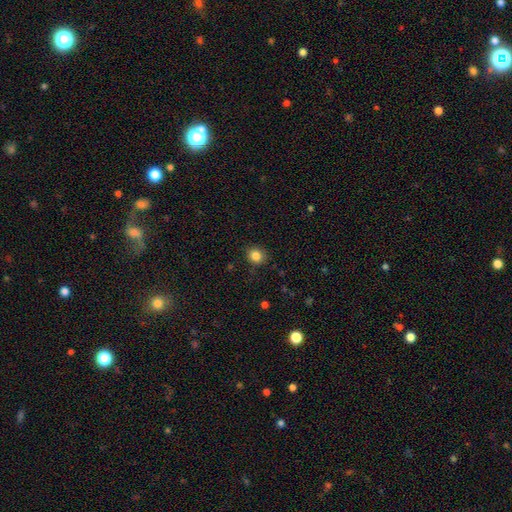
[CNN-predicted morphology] Smooth or featured?
  - smooth: 85% *
  - star or artifact: 11%
  - featured or disk: 5%
How rounded?
  - round: 78% *
  - in between: 22%
  - cigar-shaped: 1%
Merging?
  - none: 86% *
  - minor disturbance: 11%
  - major disturbance: 3%
  - merger: 1%